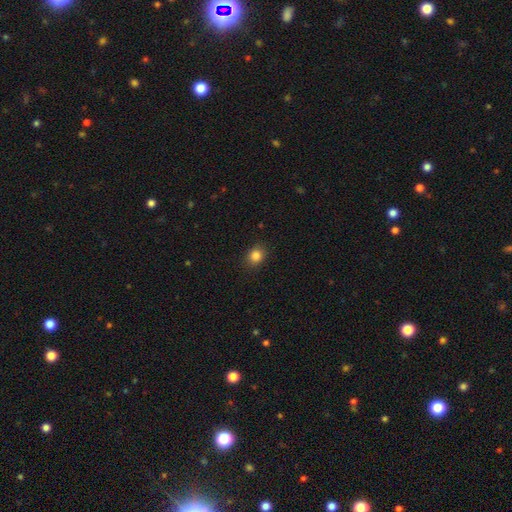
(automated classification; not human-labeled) Smooth or featured? Predicted: smooth (p=0.84). How rounded? Predicted: round (p=0.63). Merging? Predicted: none (p=0.87).